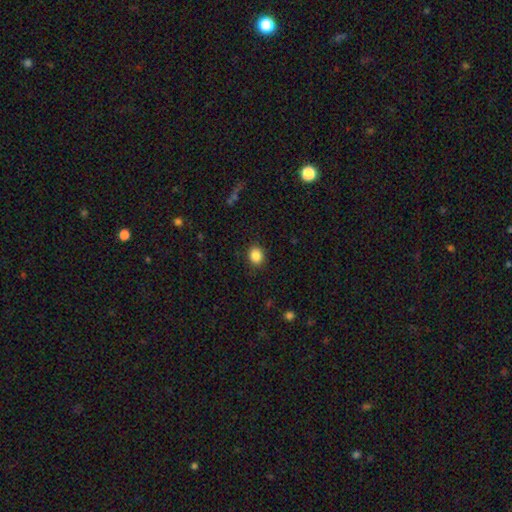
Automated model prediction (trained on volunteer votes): Smooth or featured? Predicted: smooth (p=0.86). How rounded? Predicted: round (p=0.65). Merging? Predicted: none (p=0.89).